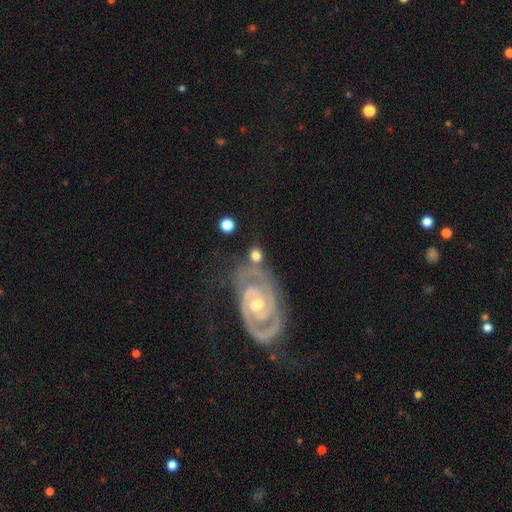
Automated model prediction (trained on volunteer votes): The model was most divided on "smooth or featured": smooth: 56%, featured or disk: 35%, star or artifact: 8%. More confident: how rounded — round (66%); merging — none (58%).